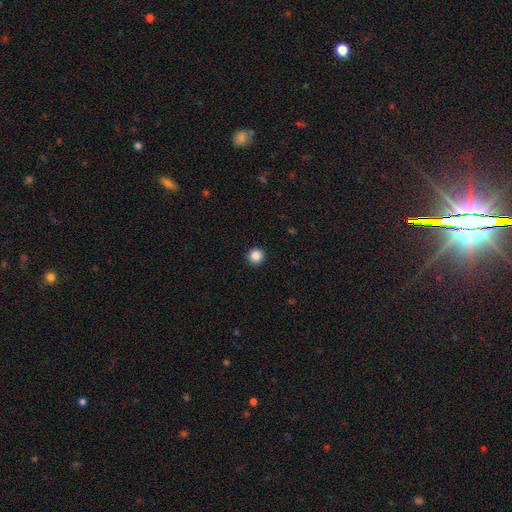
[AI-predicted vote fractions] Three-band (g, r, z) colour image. It shows a smooth galaxy with no disk features (87%) that is round (95%). Merging: none (93%).